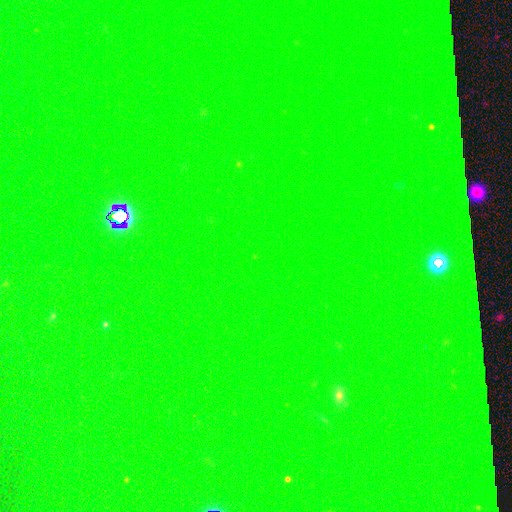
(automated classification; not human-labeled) star or artifact 76%, smooth 14%, featured or disk 10%.